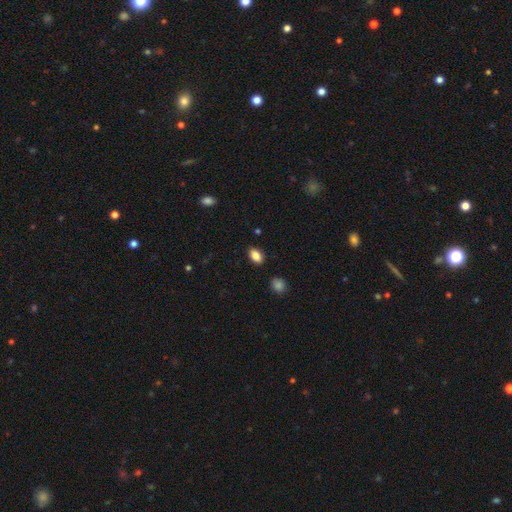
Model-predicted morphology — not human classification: A smooth galaxy with no disk features (86%) that is in between round and cigar-shaped (87%). Merging: none (87%).